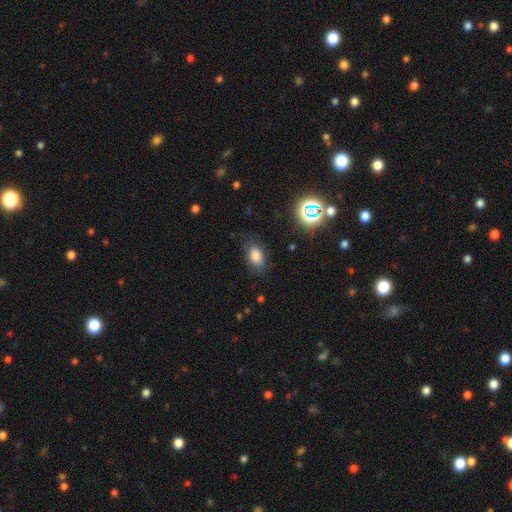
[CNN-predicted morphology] Smooth or featured: smooth — 80% (star or artifact — 12%)
How rounded: in between — 88% (round — 10%)
Merging: none — 78% (minor disturbance — 16%)